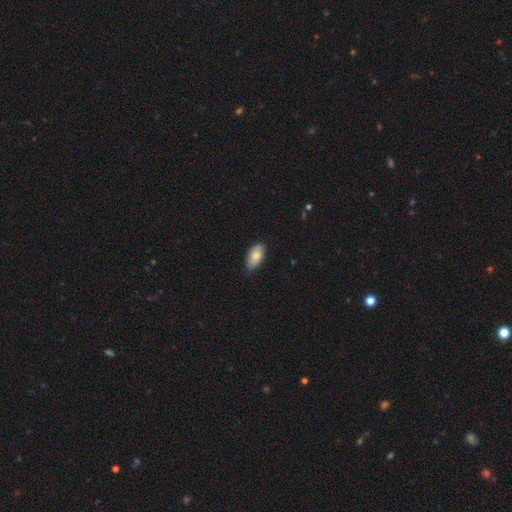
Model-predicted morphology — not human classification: Smooth or featured?
  - smooth: 79% *
  - featured or disk: 15%
  - star or artifact: 6%
How rounded?
  - in between: 94% *
  - cigar-shaped: 3%
  - round: 3%
Merging?
  - none: 76% *
  - minor disturbance: 21%
  - major disturbance: 2%
  - merger: 1%